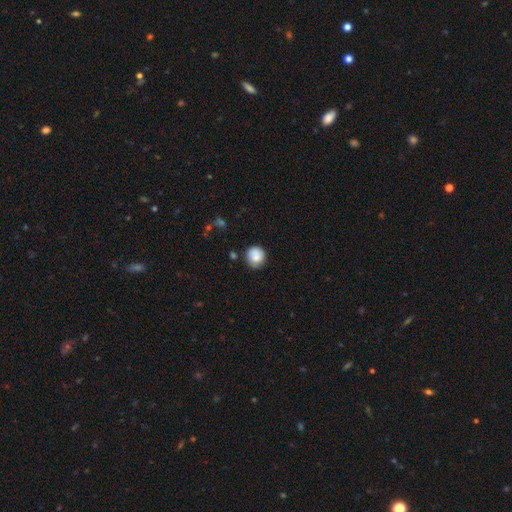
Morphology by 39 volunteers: A smooth galaxy with no disk features (85%) that is round (91%).

Vote fractions:
- Smooth or featured? smooth: 85% / featured or disk: 13% / star or artifact: 3%
- How rounded? round: 91% / in between: 9% / cigar-shaped: 0%
- Merging? none: 76% / minor disturbance: 13% / merger: 8% / major disturbance: 3%